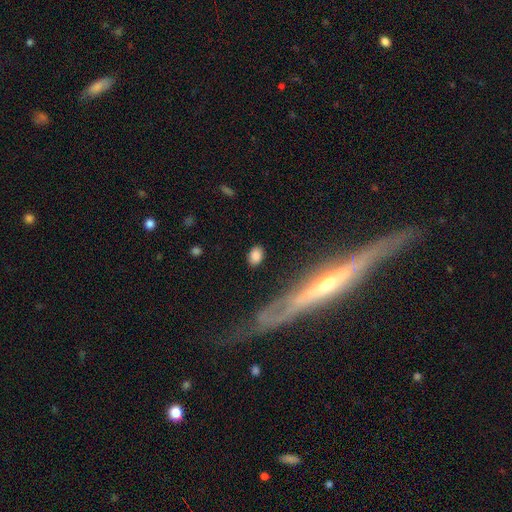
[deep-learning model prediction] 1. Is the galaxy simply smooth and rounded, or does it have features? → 82% smooth, 9% featured or disk, 8% star or artifact.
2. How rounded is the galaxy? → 77% in between, 20% round, 2% cigar-shaped.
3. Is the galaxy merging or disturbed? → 84% none, 10% minor disturbance, 4% major disturbance, 2% merger.